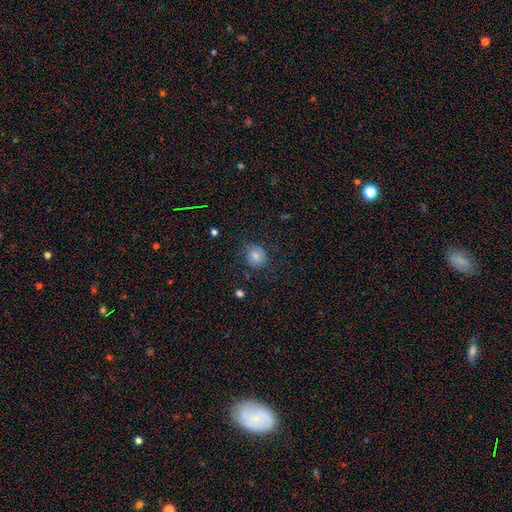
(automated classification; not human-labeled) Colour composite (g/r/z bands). It shows a smooth galaxy with no disk features (73%) that is round (87%). Merging: none (75%).